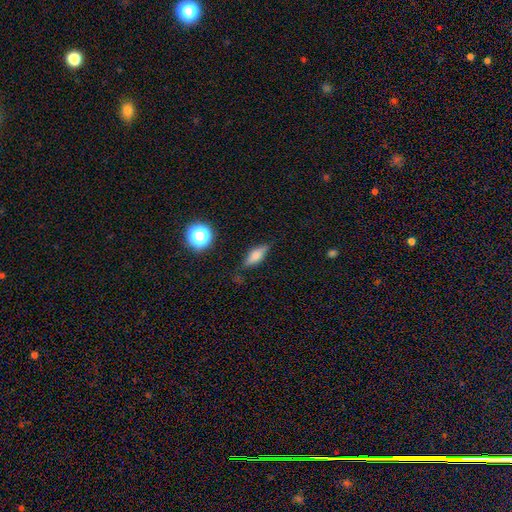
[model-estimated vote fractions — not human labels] The model was most divided on "how rounded": in between: 59%, cigar-shaped: 36%, round: 5%. More confident: merging — none (72%); smooth or featured — smooth (64%).